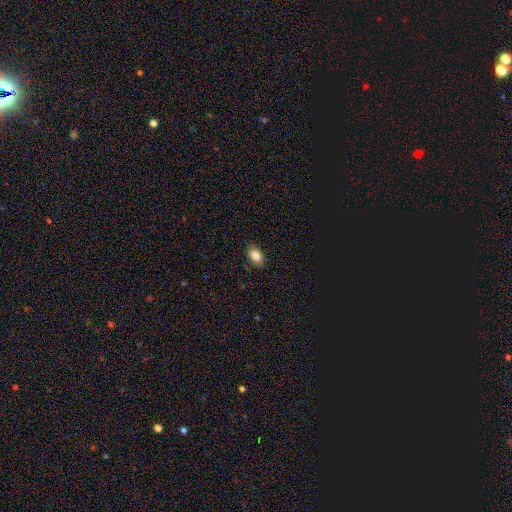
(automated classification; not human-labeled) Smooth or featured?
  - smooth: 85% *
  - star or artifact: 9%
  - featured or disk: 6%
How rounded?
  - in between: 81% *
  - round: 17%
  - cigar-shaped: 2%
Merging?
  - none: 86% *
  - minor disturbance: 11%
  - major disturbance: 2%
  - merger: 1%